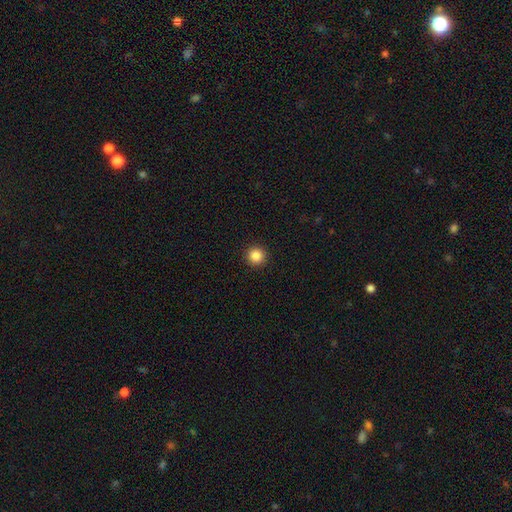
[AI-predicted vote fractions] Q: Smooth or featured?
A: smooth (86%); runner-up: star or artifact (11%)
Q: How rounded?
A: round (95%); runner-up: in between (4%)
Q: Merging?
A: none (93%); runner-up: minor disturbance (4%)